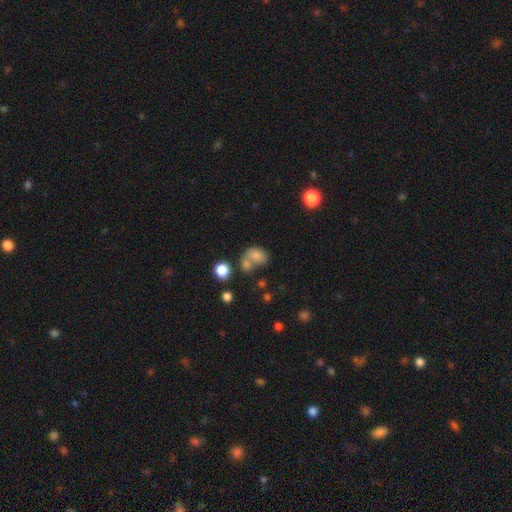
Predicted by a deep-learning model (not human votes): A smooth galaxy with no disk features (75%) that is in between round and cigar-shaped (63%).

Vote fractions:
- Smooth or featured? smooth: 75% / star or artifact: 13% / featured or disk: 12%
- How rounded? in between: 63% / round: 35% / cigar-shaped: 1%
- Merging? merger: 49% / none: 31% / minor disturbance: 13% / major disturbance: 8%